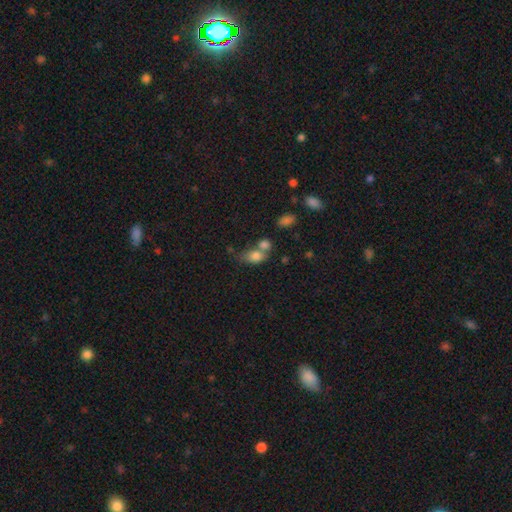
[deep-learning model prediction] Q: Smooth or featured?
A: smooth (79%); runner-up: featured or disk (11%)
Q: How rounded?
A: in between (76%); runner-up: round (21%)
Q: Merging?
A: merger (45%); runner-up: none (33%)